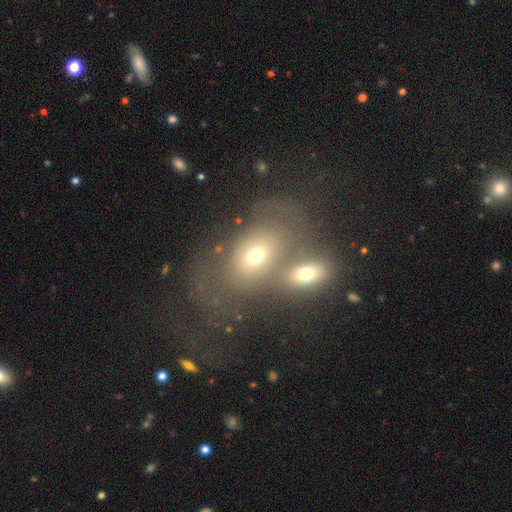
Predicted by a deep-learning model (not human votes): Smooth or featured? smooth (57%)
How rounded? in between (79%)
Merging? merger (49%)